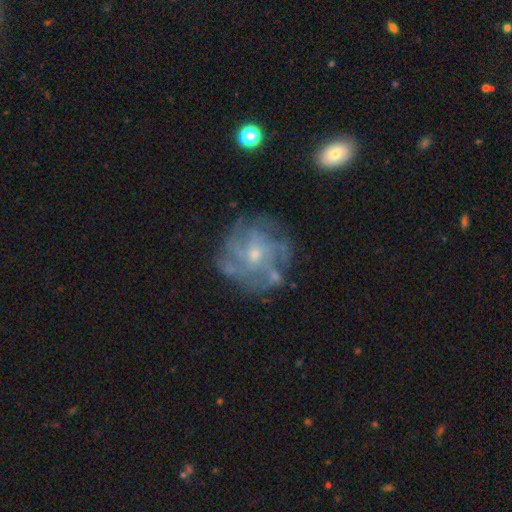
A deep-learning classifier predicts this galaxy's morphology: type=featured or disk (78%); edge-on=no (97%); bar=no (72%); spiral arms=yes (85%); winding=tight (52%); arm count=can't tell (40%); bulge=small (69%); merging=none (72%).